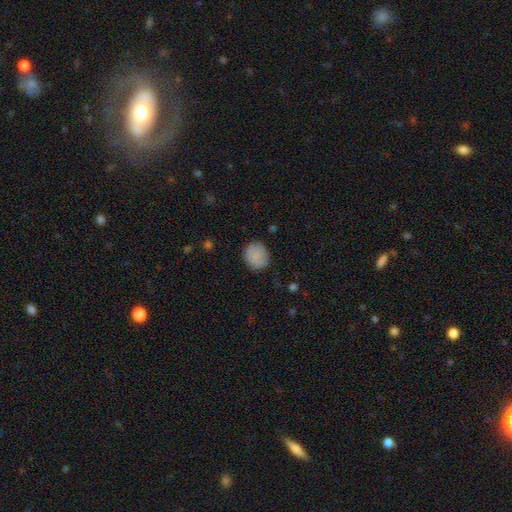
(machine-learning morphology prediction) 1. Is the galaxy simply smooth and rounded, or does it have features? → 85% smooth, 8% star or artifact, 7% featured or disk.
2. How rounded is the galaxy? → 75% round, 24% in between, 1% cigar-shaped.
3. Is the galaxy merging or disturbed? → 81% none, 14% minor disturbance, 3% major disturbance, 1% merger.